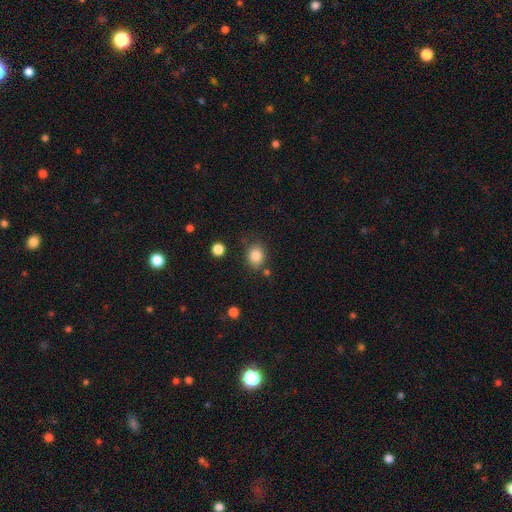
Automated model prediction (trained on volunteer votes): Smooth or featured? Predicted: smooth (p=0.84). How rounded? Predicted: round (p=0.56). Merging? Predicted: none (p=0.74).